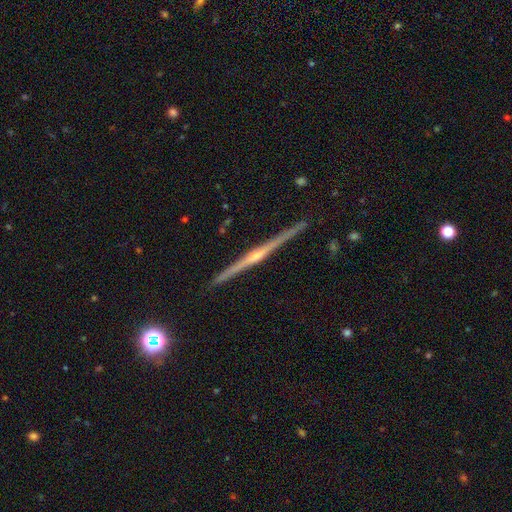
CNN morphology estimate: smooth-or-featured: featured or disk: 88% | smooth: 7% | star or artifact: 5%
  disk-edge-on: yes: 99% | no: 1%
    edge-on-bulge: rounded: 84% | none: 11% | boxy: 5%
  merging: none: 92% | minor disturbance: 5% | merger: 1% | major disturbance: 1%